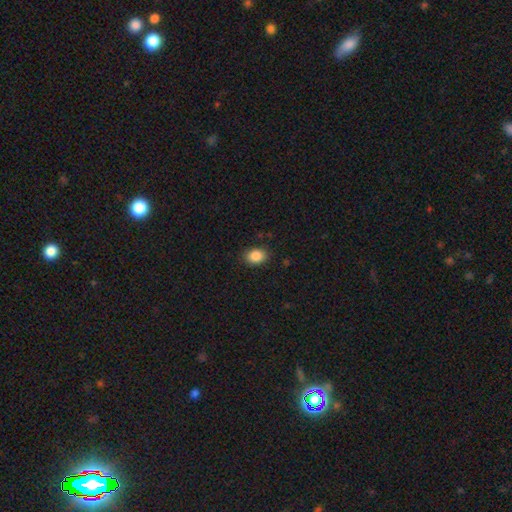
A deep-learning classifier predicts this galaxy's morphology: Smooth or featured: smooth — 87% (star or artifact — 9%)
How rounded: in between — 68% (round — 31%)
Merging: none — 86% (minor disturbance — 10%)